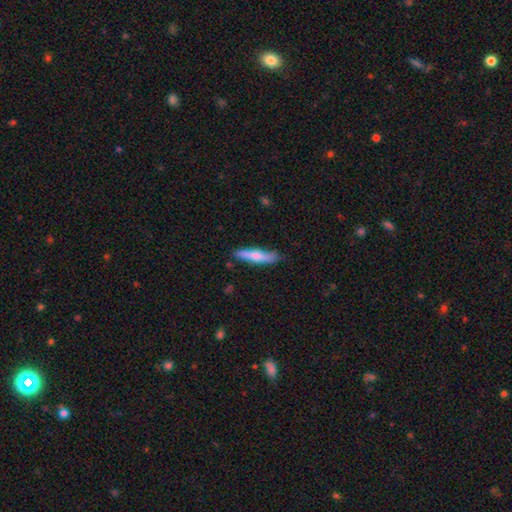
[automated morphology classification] Smooth or featured?
  - smooth: 61% *
  - featured or disk: 34%
  - star or artifact: 5%
How rounded?
  - cigar-shaped: 86% *
  - in between: 12%
  - round: 2%
Merging?
  - none: 81% *
  - minor disturbance: 15%
  - major disturbance: 3%
  - merger: 2%